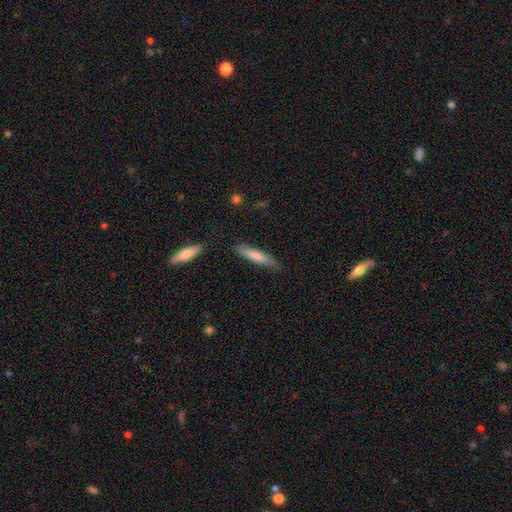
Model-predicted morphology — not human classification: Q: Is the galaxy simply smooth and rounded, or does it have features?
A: smooth — 65%.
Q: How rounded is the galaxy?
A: cigar-shaped — 88%.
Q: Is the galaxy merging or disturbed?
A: none — 83%.